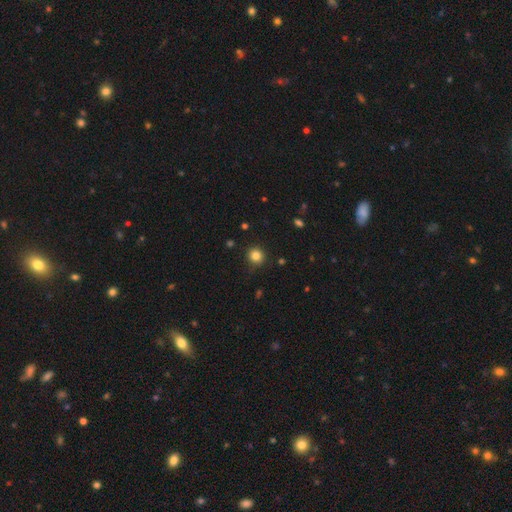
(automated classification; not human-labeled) Smooth or featured: smooth — 83% (star or artifact — 13%)
How rounded: round — 93% (in between — 6%)
Merging: none — 89% (minor disturbance — 8%)